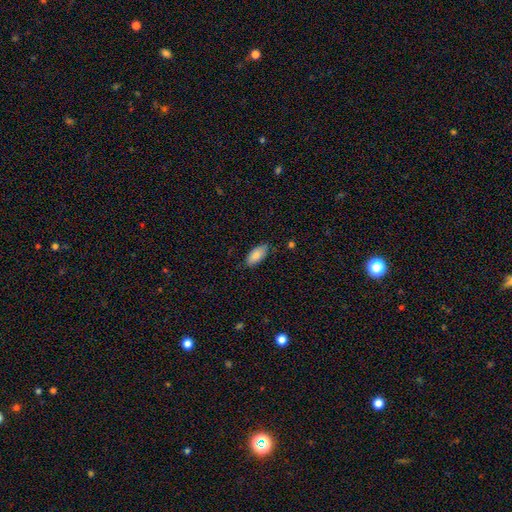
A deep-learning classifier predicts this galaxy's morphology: smooth 86%, featured or disk 8%, star or artifact 6%. Down the decision tree: how rounded — in between (89%); merging — none (82%).